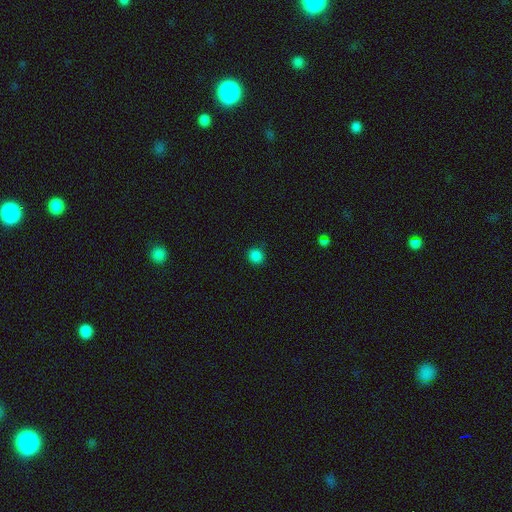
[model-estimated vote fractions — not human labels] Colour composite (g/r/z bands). It shows a smooth galaxy with no disk features (84%) that is round (86%). Merging: none (89%).